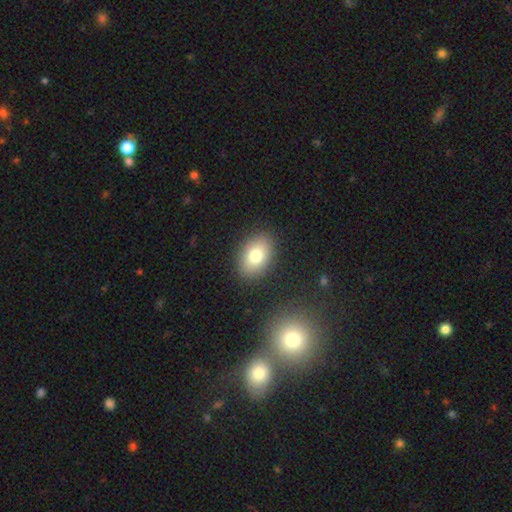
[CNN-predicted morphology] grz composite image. It shows a smooth galaxy with no disk features (78%) that is in between round and cigar-shaped (81%). Merging: none (87%).